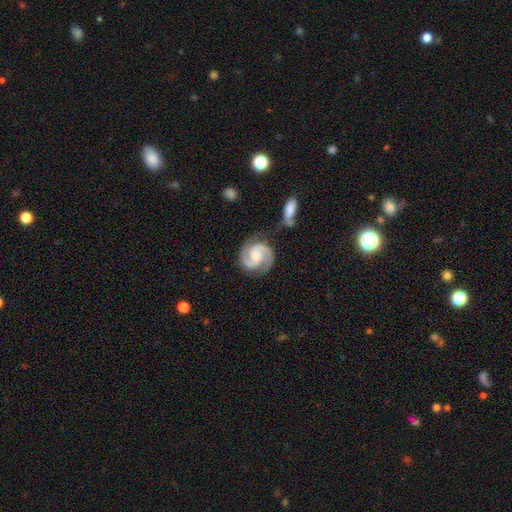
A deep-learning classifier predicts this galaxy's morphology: Overall: featured or disk (91%). Edge-on disk: no (98%). Bar: no (54%; weak 35%). Spiral arms: yes (98%). Spiral arm count: 2 (93%). Spiral winding: medium (52%; tight 39%). Bulge size: moderate (52%; small 36%). Merging: none (74%).